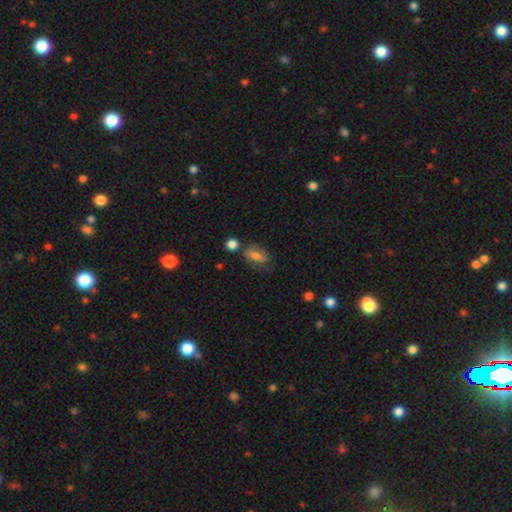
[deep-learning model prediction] This is likely a smooth galaxy (70%). How rounded: likely in between (80%). Merging: likely none (61%).